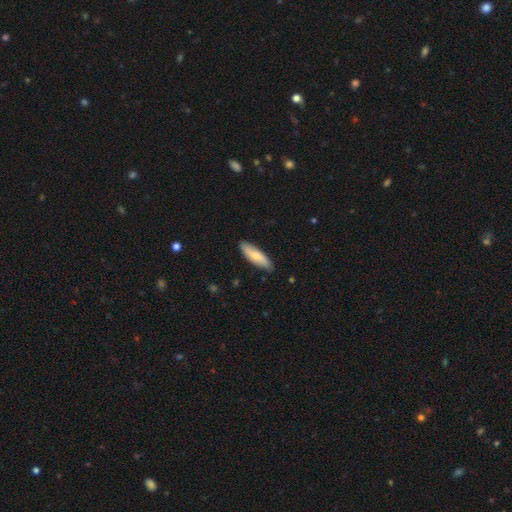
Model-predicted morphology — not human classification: This appears to be a smooth galaxy with no disk features (73%) that is in between round and cigar-shaped (50%). Merging: none (87%).